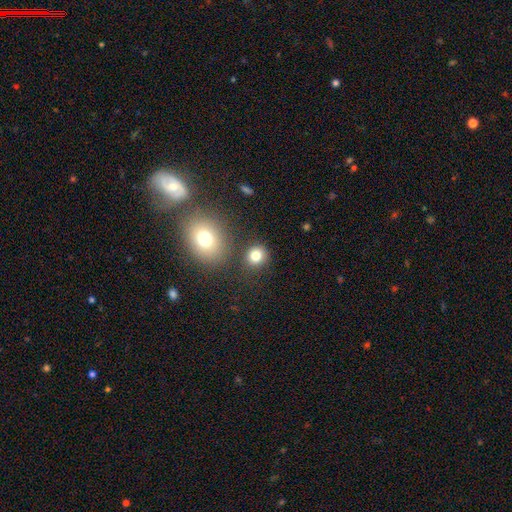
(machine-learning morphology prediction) type=smooth (80%); roundness=round (81%); merging=none (80%).